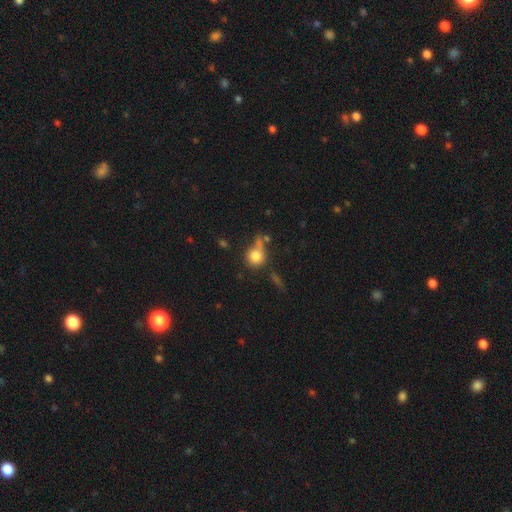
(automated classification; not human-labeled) The model was most divided on "merging": none: 48%, merger: 20%, minor disturbance: 19%, major disturbance: 13%. More confident: how rounded — round (81%); smooth or featured — smooth (79%).